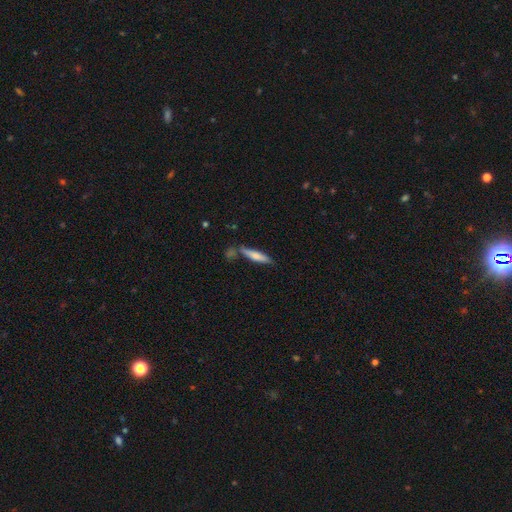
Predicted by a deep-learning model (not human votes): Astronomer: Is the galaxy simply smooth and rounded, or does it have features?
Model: smooth — 68%.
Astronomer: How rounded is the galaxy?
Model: cigar-shaped — 83%.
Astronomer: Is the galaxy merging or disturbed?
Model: none — 72%.